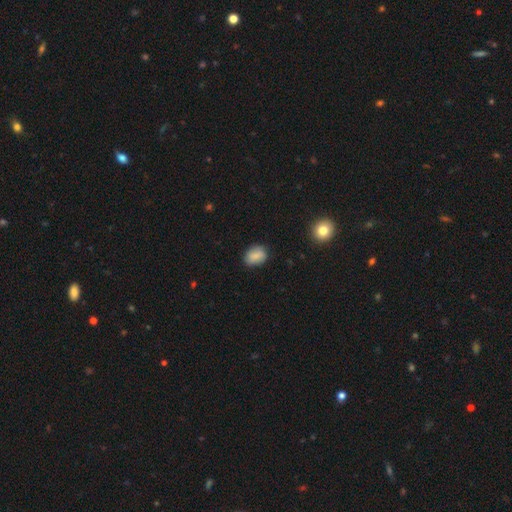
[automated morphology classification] smooth 84%, star or artifact 8%, featured or disk 8%. Down the decision tree: how rounded — in between (63%); merging — none (78%).